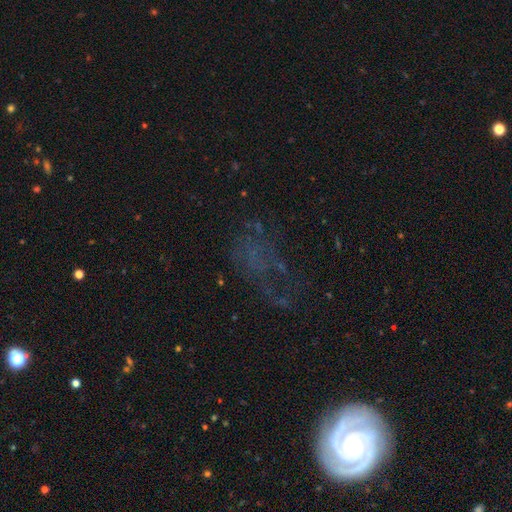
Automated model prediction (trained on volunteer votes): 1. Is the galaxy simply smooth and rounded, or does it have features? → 37% featured or disk, 36% star or artifact, 26% smooth.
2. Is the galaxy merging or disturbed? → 40% major disturbance, 39% none, 16% minor disturbance, 5% merger.